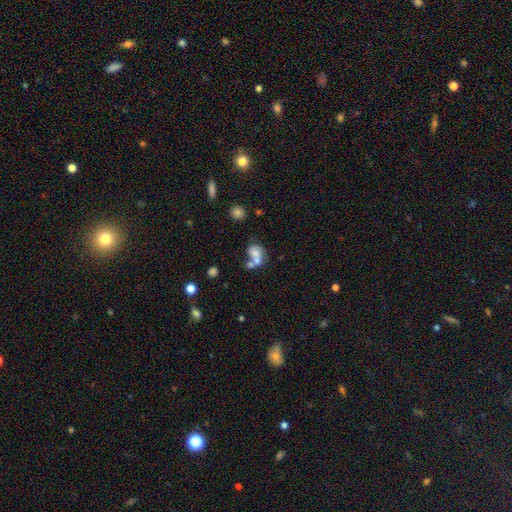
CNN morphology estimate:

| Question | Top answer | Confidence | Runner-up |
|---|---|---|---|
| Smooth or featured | smooth | 60% | featured or disk (28%) |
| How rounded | in between | 52% | round (47%) |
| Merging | merger | 60% | none (22%) |